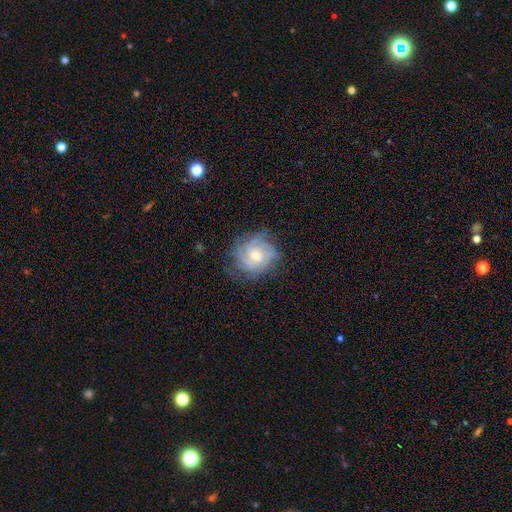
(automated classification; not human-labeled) This is likely a featured or disk galaxy (74%). It is clearly not viewed edge-on (97%). Bar: likely no (67%). Spiral arm pattern: clearly yes (92%). Spiral arm count: marginally can't tell (41%). Spiral winding: likely tight (65%). Central bulge: possibly moderate (54%). Merging: likely none (72%).